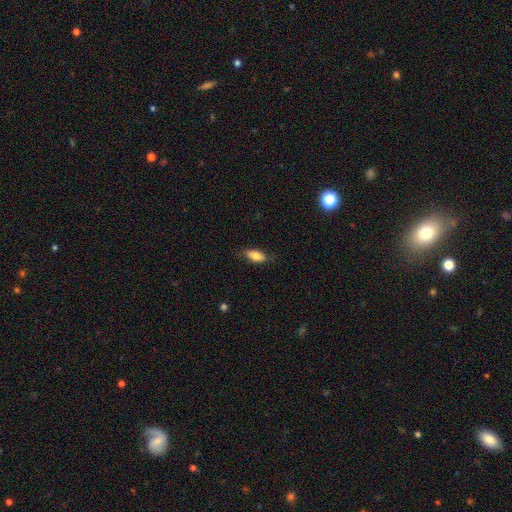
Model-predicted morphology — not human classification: The model was most divided on "merging": none: 75%, minor disturbance: 20%, major disturbance: 5%, merger: 1%. More confident: how rounded — in between (83%); smooth or featured — smooth (77%).